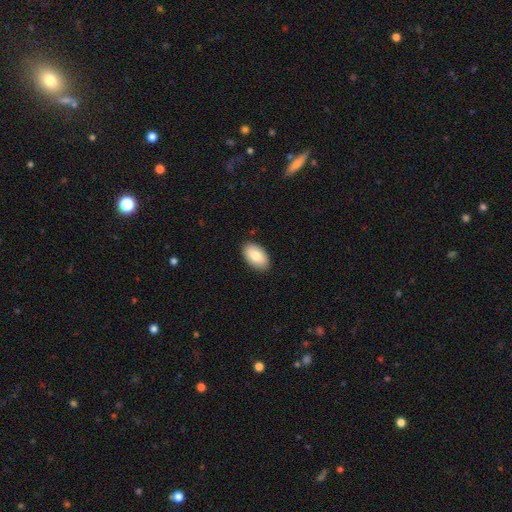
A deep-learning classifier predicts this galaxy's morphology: A smooth galaxy with no disk features (82%) that is in between round and cigar-shaped (94%).

Vote fractions:
- Smooth or featured? smooth: 82% / featured or disk: 11% / star or artifact: 6%
- How rounded? in between: 94% / round: 4% / cigar-shaped: 1%
- Merging? none: 89% / minor disturbance: 9% / major disturbance: 2% / merger: 1%